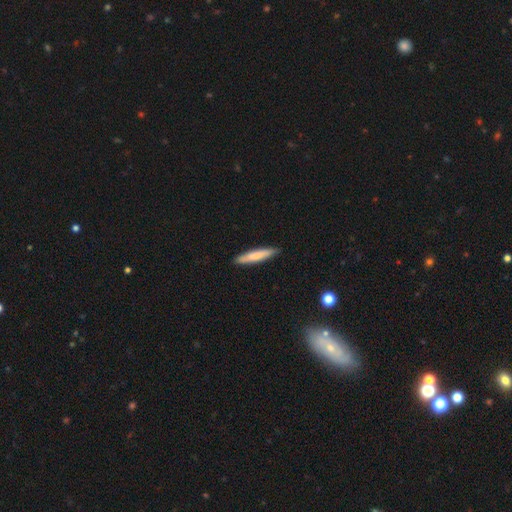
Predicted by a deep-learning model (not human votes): The model was most divided on "smooth or featured": smooth: 76%, featured or disk: 19%, star or artifact: 5%. More confident: how rounded — cigar-shaped (89%); merging — none (88%).